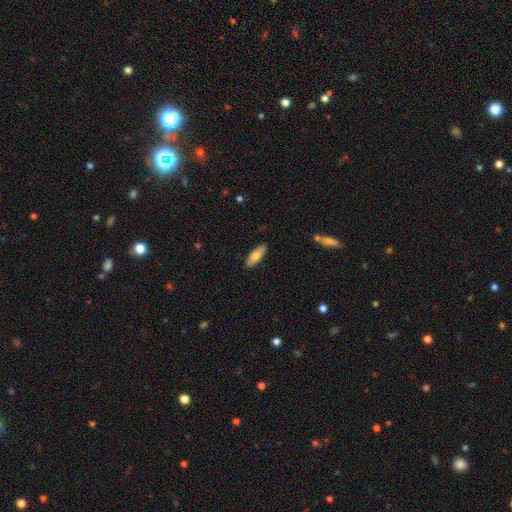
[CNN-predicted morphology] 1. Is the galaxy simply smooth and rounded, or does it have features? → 71% smooth, 23% featured or disk, 6% star or artifact.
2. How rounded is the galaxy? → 59% in between, 39% cigar-shaped, 2% round.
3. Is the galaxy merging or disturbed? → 89% none, 9% minor disturbance, 2% major disturbance, 1% merger.